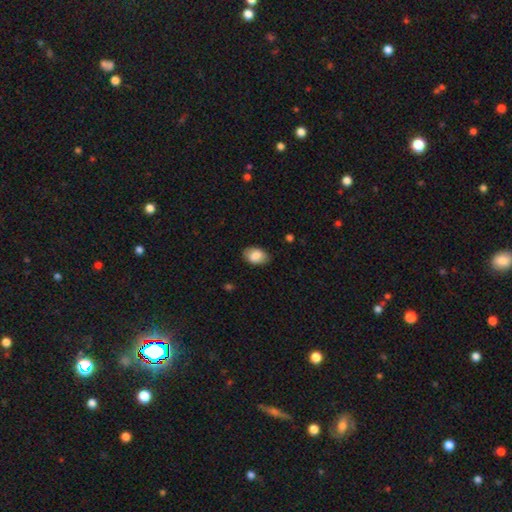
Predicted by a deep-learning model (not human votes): Smooth or featured? smooth (84%)
How rounded? in between (89%)
Merging? none (83%)